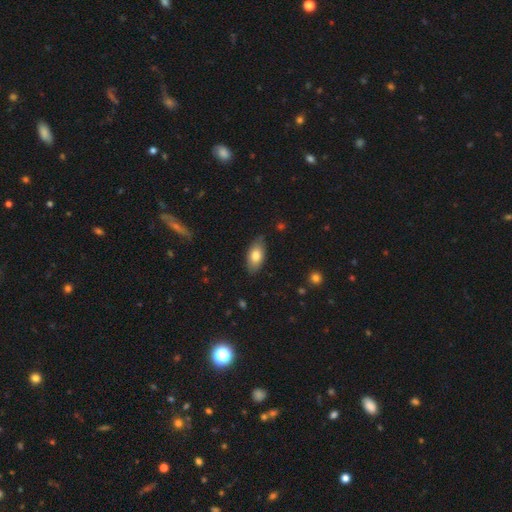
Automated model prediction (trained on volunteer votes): The model was most divided on "smooth or featured": smooth: 78%, featured or disk: 16%, star or artifact: 6%. More confident: how rounded — in between (91%); merging — none (82%).